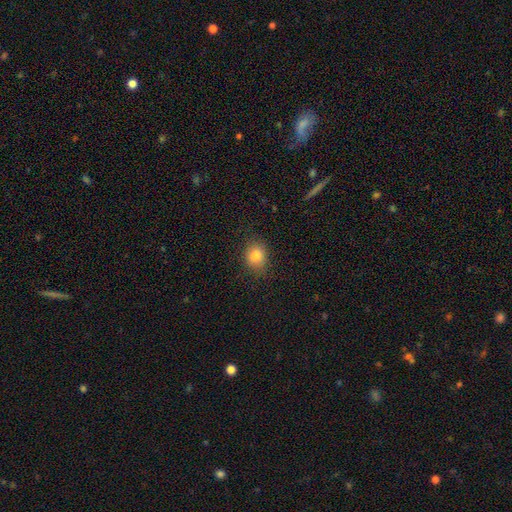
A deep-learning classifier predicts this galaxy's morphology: Smooth or featured?
  - smooth: 82% *
  - star or artifact: 11%
  - featured or disk: 7%
How rounded?
  - round: 62% *
  - in between: 37%
  - cigar-shaped: 1%
Merging?
  - none: 84% *
  - minor disturbance: 12%
  - major disturbance: 3%
  - merger: 1%